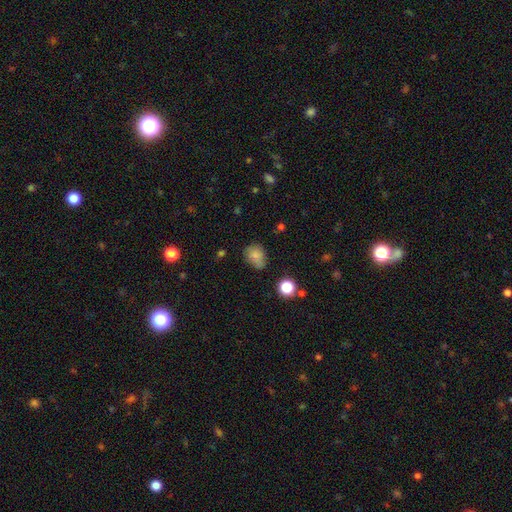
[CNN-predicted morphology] smooth-or-featured: smooth: 77% | star or artifact: 12% | featured or disk: 11%
  how-rounded: in between: 52% | round: 46% | cigar-shaped: 1%
  merging: none: 55% | minor disturbance: 31% | major disturbance: 9% | merger: 5%